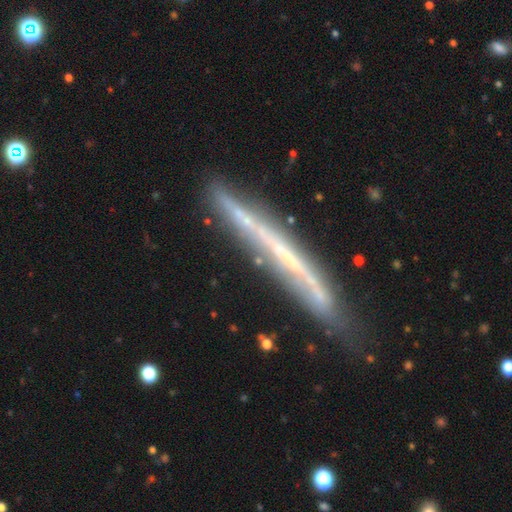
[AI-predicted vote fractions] featured or disk 70%, smooth 23%, star or artifact 7%. Down the decision tree: edge-on disk — yes (90%); edge-on bulge — none (87%); merging — none (71%).